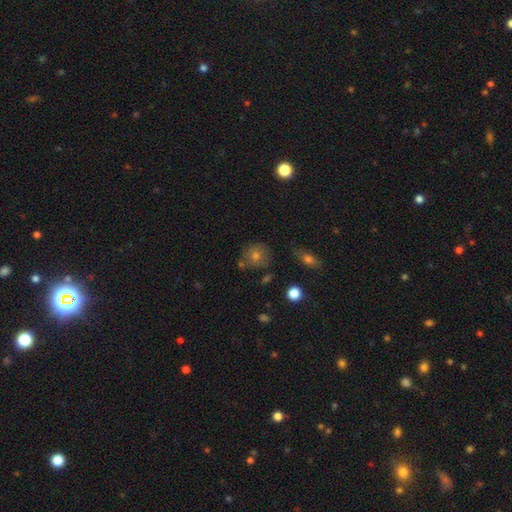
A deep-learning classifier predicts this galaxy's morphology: Q: Smooth or featured?
A: smooth (62%); runner-up: featured or disk (21%)
Q: How rounded?
A: round (86%); runner-up: in between (13%)
Q: Merging?
A: none (73%); runner-up: minor disturbance (15%)